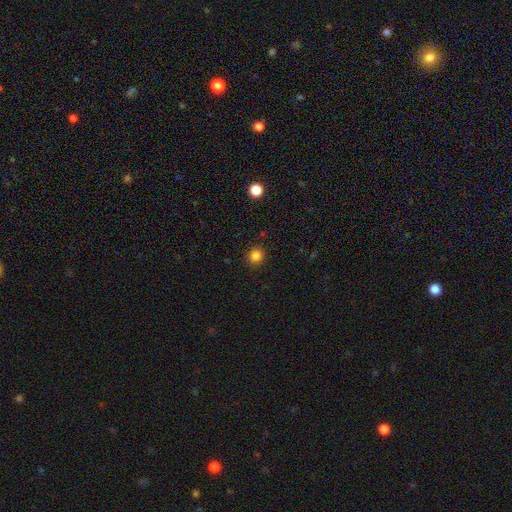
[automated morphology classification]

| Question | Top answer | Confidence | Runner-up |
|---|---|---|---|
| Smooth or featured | smooth | 83% | star or artifact (13%) |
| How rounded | round | 89% | in between (10%) |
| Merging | none | 91% | minor disturbance (6%) |